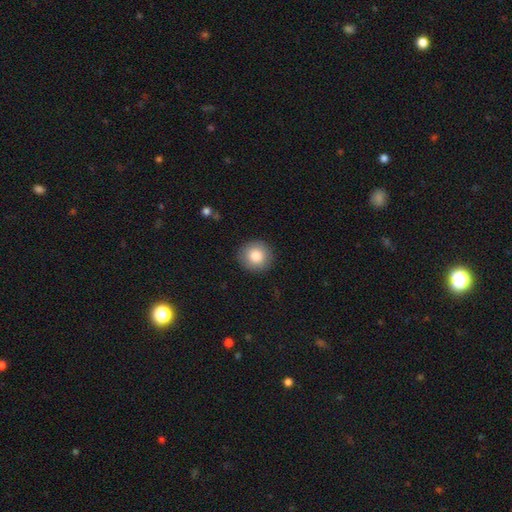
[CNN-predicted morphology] smooth-or-featured: smooth: 84% | featured or disk: 8% | star or artifact: 8%
  how-rounded: round: 92% | in between: 7% | cigar-shaped: 1%
  merging: none: 90% | minor disturbance: 7% | major disturbance: 2% | merger: 1%